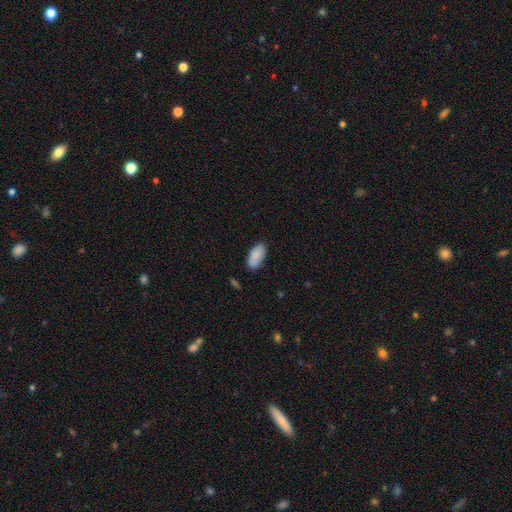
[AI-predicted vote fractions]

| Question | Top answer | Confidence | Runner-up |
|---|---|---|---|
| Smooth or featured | smooth | 86% | featured or disk (7%) |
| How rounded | in between | 94% | cigar-shaped (4%) |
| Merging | none | 76% | minor disturbance (17%) |